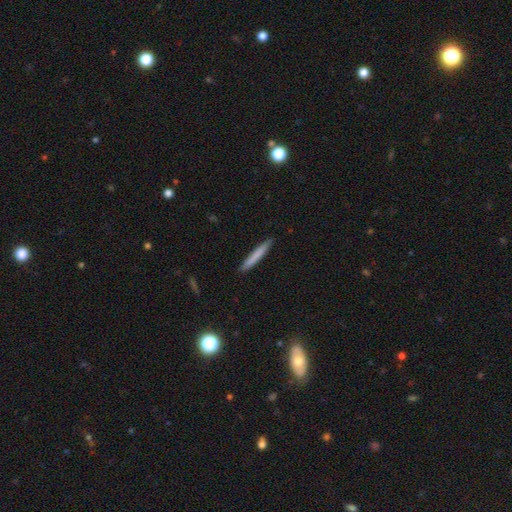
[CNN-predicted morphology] This appears to be a smooth galaxy with no disk features (76%) that is cigar-shaped (96%). Merging: none (91%).